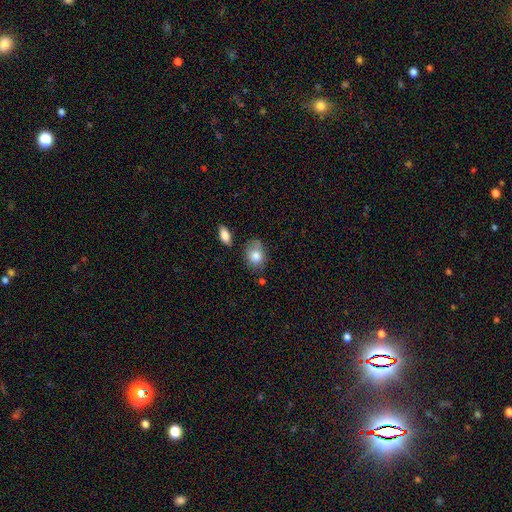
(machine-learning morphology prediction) A smooth galaxy with no disk features (81%) that is in between round and cigar-shaped (54%).

Vote fractions:
- Smooth or featured? smooth: 81% / featured or disk: 11% / star or artifact: 8%
- How rounded? in between: 54% / round: 45% / cigar-shaped: 1%
- Merging? none: 58% / minor disturbance: 27% / merger: 7% / major disturbance: 7%